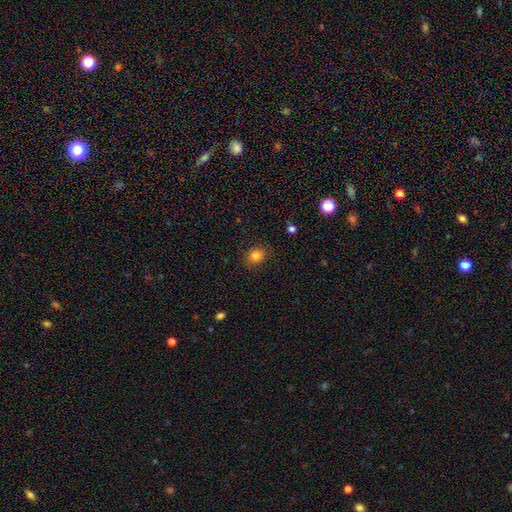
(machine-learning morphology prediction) This is clearly a smooth galaxy (82%). How rounded: likely round (74%). Merging: clearly none (85%).